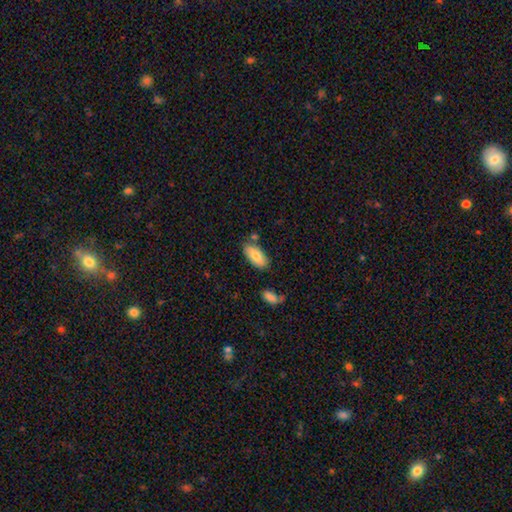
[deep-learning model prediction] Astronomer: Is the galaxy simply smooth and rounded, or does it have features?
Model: smooth — 81%.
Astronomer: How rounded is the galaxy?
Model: in between — 91%.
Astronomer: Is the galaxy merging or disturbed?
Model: none — 75%.